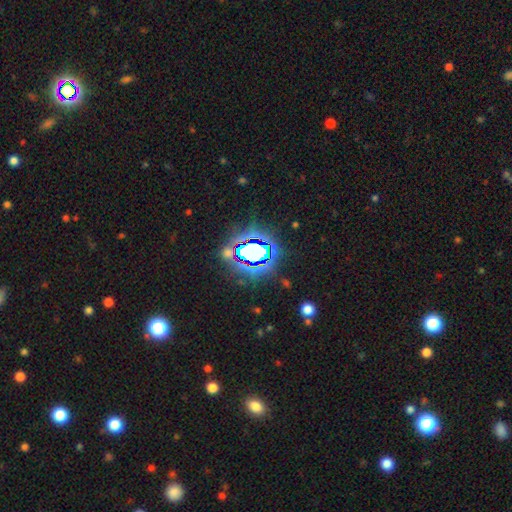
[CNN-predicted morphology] smooth_or_featured: star or artifact (p=0.78) [alt: smooth p=0.13]